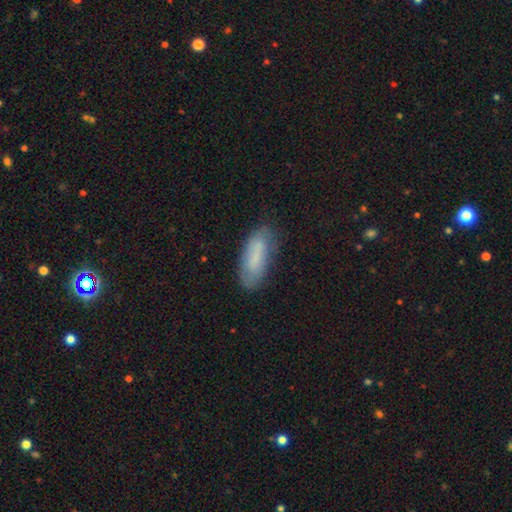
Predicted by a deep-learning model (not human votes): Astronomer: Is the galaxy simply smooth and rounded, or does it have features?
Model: smooth — 72%.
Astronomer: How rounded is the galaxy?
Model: in between — 71%.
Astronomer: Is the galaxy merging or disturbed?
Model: none — 71%.